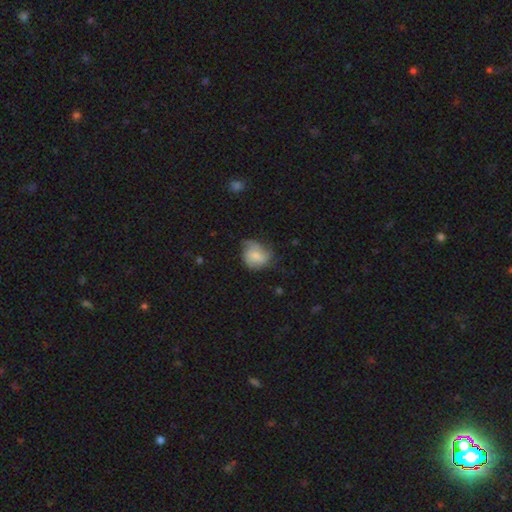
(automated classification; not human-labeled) Smooth or featured: smooth — 53% (featured or disk — 39%)
How rounded: round — 64% (in between — 35%)
Merging: none — 46% (minor disturbance — 36%)